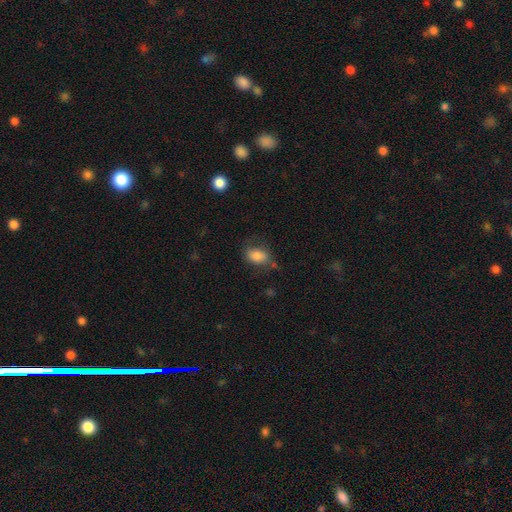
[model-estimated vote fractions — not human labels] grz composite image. It shows a smooth galaxy with no disk features (80%) that is in between round and cigar-shaped (81%). Merging: none (63%).